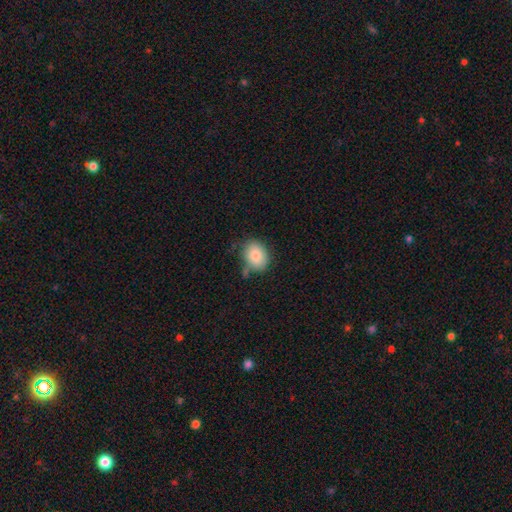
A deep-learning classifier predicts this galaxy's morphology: A smooth galaxy with no disk features (84%) that is in between round and cigar-shaped (62%). Merging: none (68%).